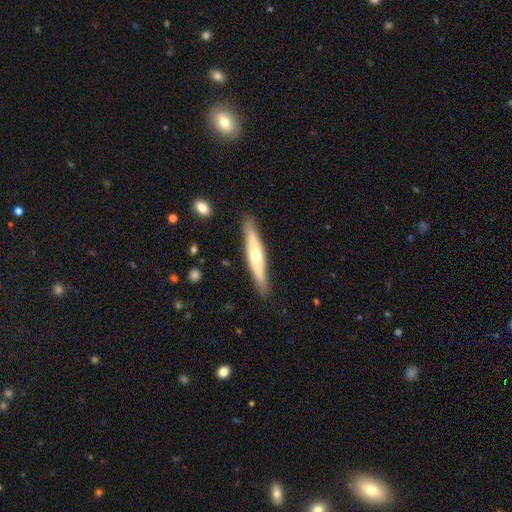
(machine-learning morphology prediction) Overall: featured or disk (57%; smooth 38%). Edge-on disk: yes (89%). Edge-on bulge: rounded (84%). Merging: none (87%).